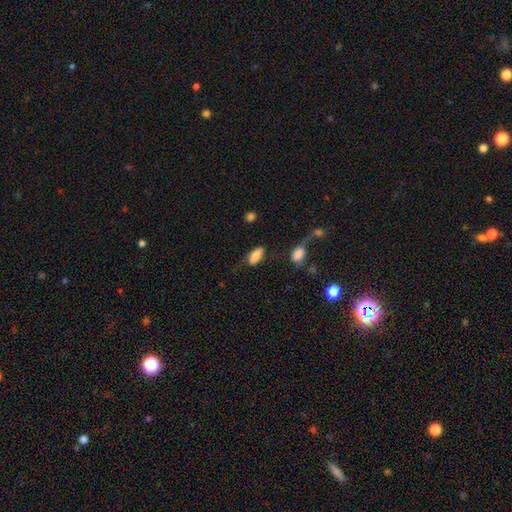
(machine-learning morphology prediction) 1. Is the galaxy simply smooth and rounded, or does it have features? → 78% smooth, 15% featured or disk, 8% star or artifact.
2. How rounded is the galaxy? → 84% in between, 12% cigar-shaped, 3% round.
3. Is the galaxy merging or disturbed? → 56% none, 23% minor disturbance, 13% major disturbance, 8% merger.